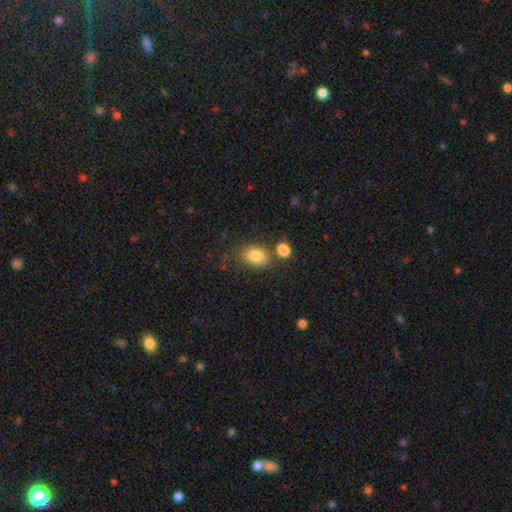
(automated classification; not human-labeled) This is clearly a smooth galaxy (82%). How rounded: likely in between (67%). Merging: likely none (65%).